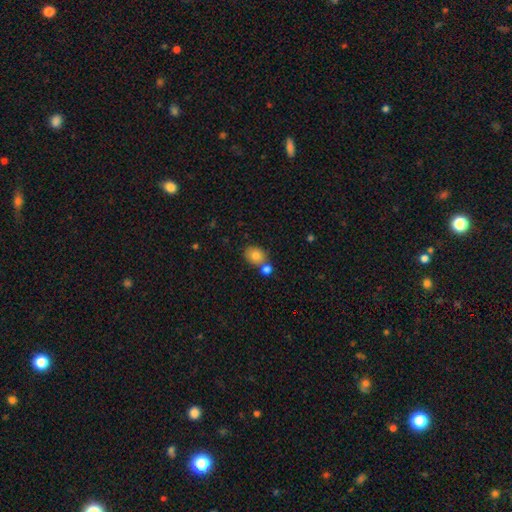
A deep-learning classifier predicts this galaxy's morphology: Smooth or featured? smooth (80%)
How rounded? in between (51%)
Merging? none (55%)